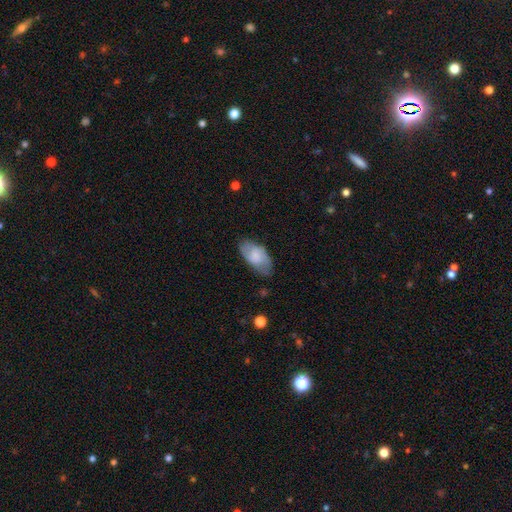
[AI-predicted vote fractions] This is possibly a smooth galaxy (53%). How rounded: clearly in between (93%). Merging: likely none (73%).